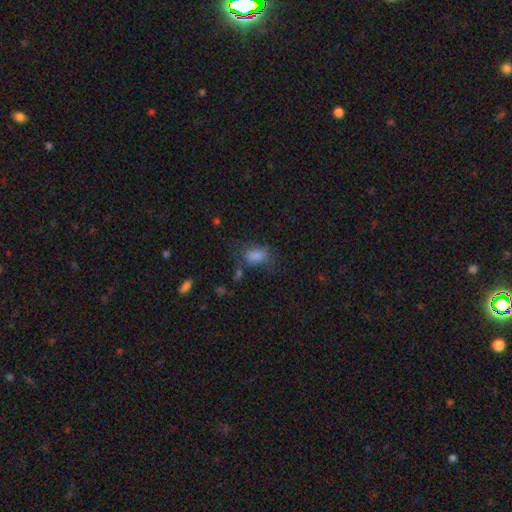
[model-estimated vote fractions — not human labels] A smooth galaxy with no disk features (75%) that is in between round and cigar-shaped (84%). Merging: none (52%).